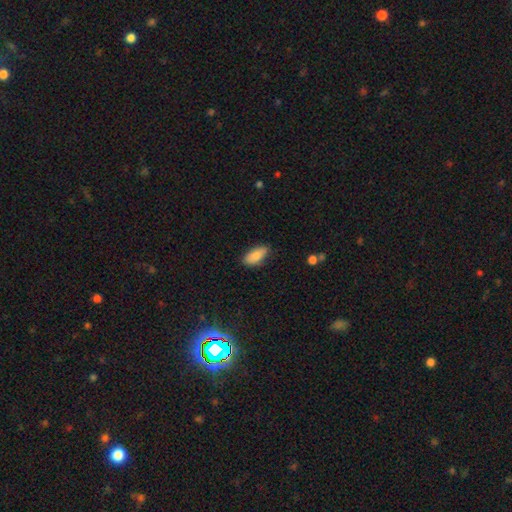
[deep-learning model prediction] smooth_or_featured: smooth (p=0.83) [alt: featured or disk p=0.10]
how_rounded: in between (p=0.88) [alt: cigar-shaped p=0.10]
merging: none (p=0.77) [alt: minor disturbance p=0.18]